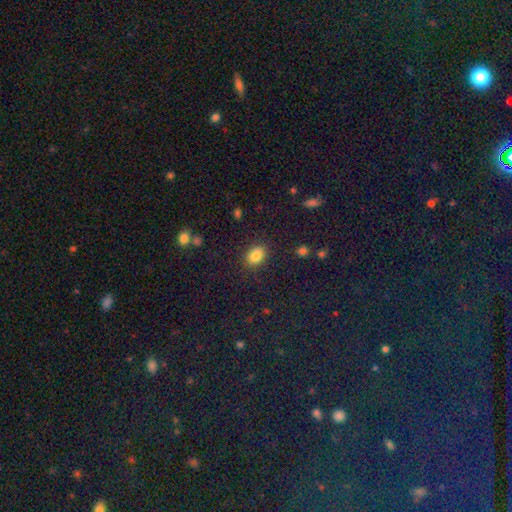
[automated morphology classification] Overall: smooth (83%). How rounded: in between (73%). Merging: none (85%).